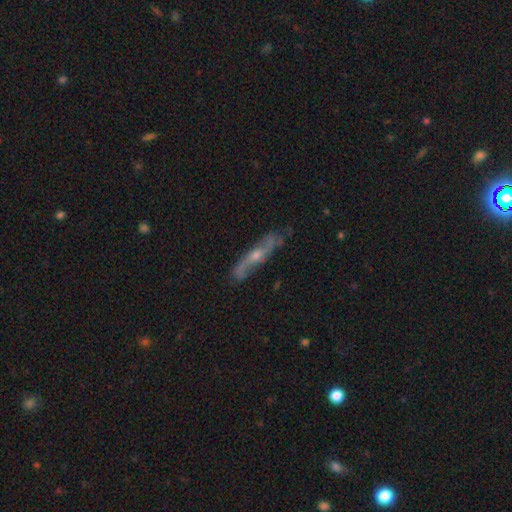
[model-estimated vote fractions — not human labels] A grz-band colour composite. It shows a featured or disk galaxy (73%) viewed edge-on (52%). Merging: none (73%).